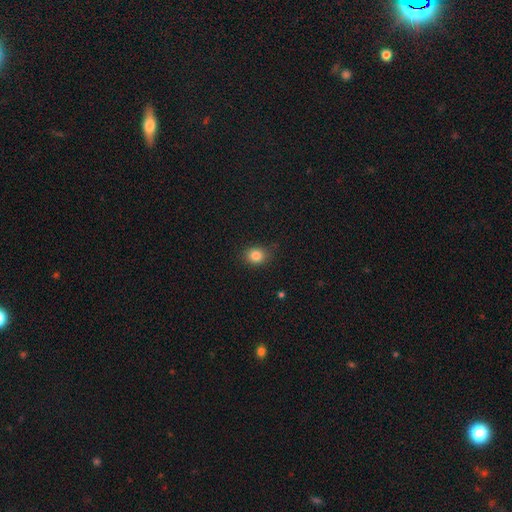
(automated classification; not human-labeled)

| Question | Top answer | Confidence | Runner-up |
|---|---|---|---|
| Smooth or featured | smooth | 84% | star or artifact (11%) |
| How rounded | round | 66% | in between (33%) |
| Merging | none | 81% | minor disturbance (15%) |